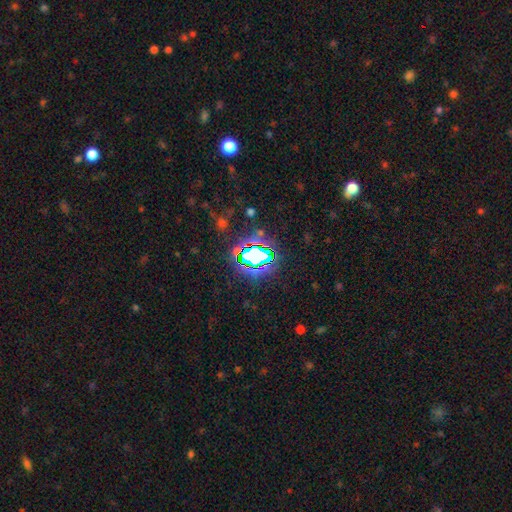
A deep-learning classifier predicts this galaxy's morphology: Smooth or featured: star or artifact — 67% (smooth — 22%)